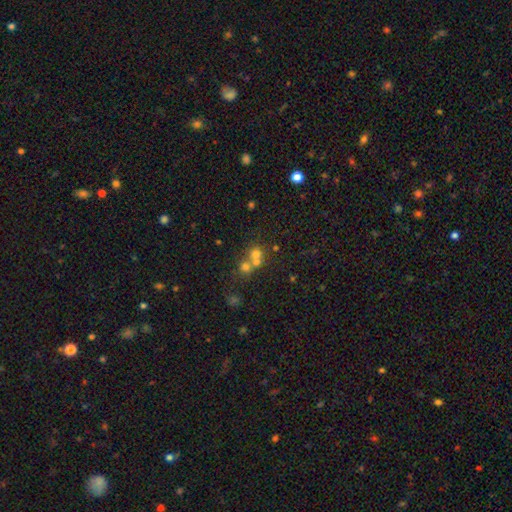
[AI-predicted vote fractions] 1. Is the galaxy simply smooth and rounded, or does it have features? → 61% smooth, 21% star or artifact, 18% featured or disk.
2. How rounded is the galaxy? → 85% round, 14% in between, 1% cigar-shaped.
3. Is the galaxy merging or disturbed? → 53% merger, 39% none, 5% minor disturbance, 3% major disturbance.